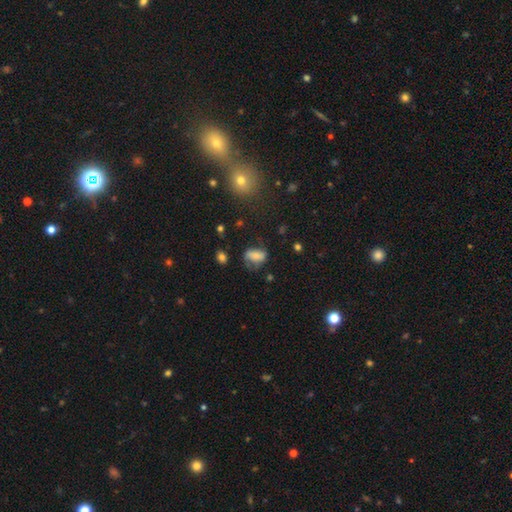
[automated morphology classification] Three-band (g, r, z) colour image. It shows a smooth galaxy with no disk features (61%) that is in between round and cigar-shaped (79%). Merging: none (48%).